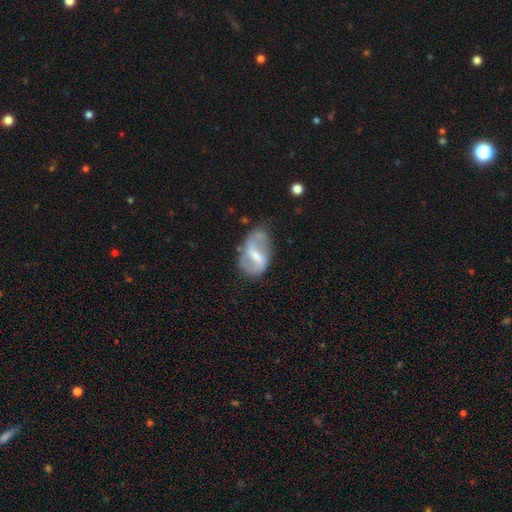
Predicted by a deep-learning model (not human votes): Overall: featured or disk (68%). Edge-on disk: no (96%). Bar: strong (47%; weak 41%). Spiral arms: yes (71%). Bulge size: moderate (38%; small 32%). Merging: none (54%; minor disturbance 27%).